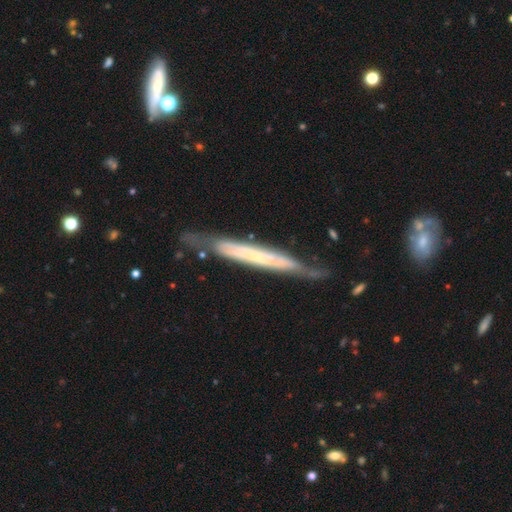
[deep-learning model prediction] Morphology: type=featured or disk (68%); edge-on=yes (73%); merging=none (67%).